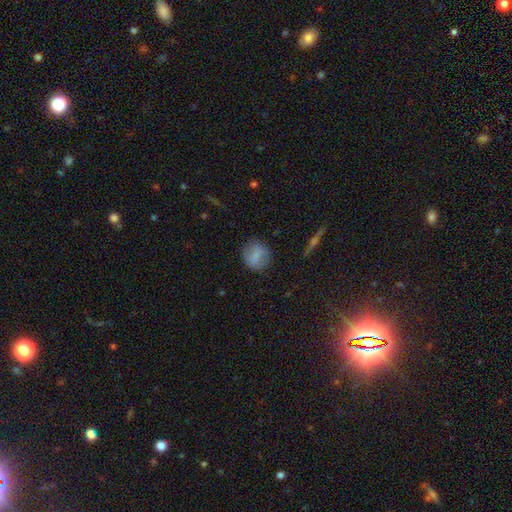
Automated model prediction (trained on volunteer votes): smooth 76%, featured or disk 16%, star or artifact 9%. Down the decision tree: how rounded — round (79%); merging — none (82%).